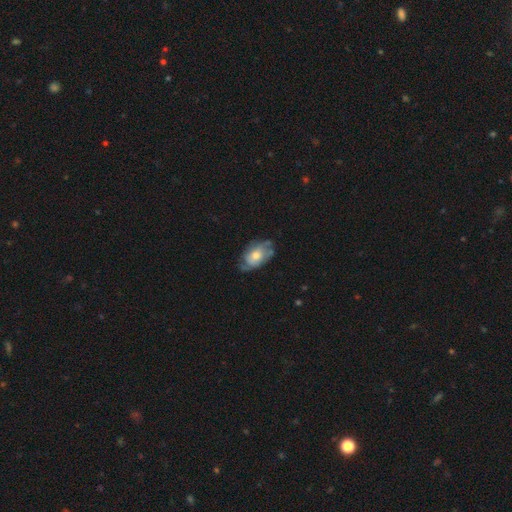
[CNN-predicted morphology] The model was most divided on "smooth or featured": featured or disk: 60%, smooth: 34%, star or artifact: 6%. More confident: edge-on disk — no (95%); bar — no (81%); spiral arms — yes (73%); bulge size — moderate (61%); merging — none (58%).